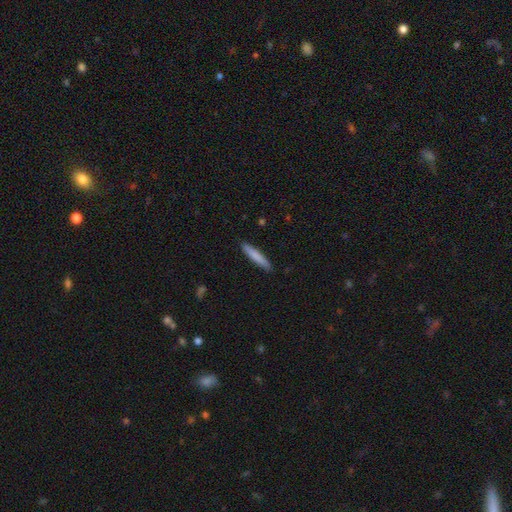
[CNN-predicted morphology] smooth-or-featured: smooth: 79% | featured or disk: 16% | star or artifact: 5%
  how-rounded: cigar-shaped: 94% | in between: 5% | round: 1%
  merging: none: 90% | minor disturbance: 7% | major disturbance: 1% | merger: 1%